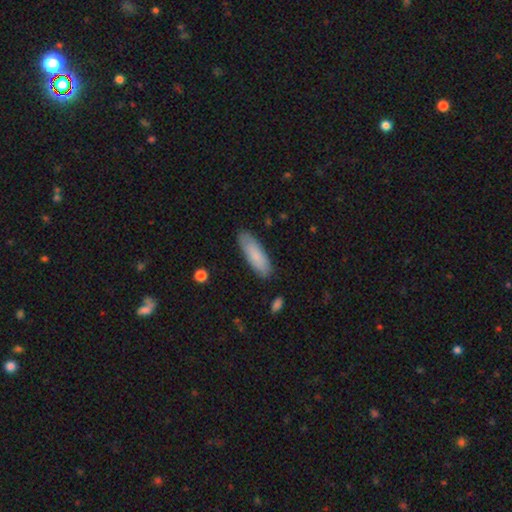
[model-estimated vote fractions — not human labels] Smooth or featured: smooth — 84% (featured or disk — 11%)
How rounded: in between — 51% (cigar-shaped — 48%)
Merging: none — 86% (minor disturbance — 11%)